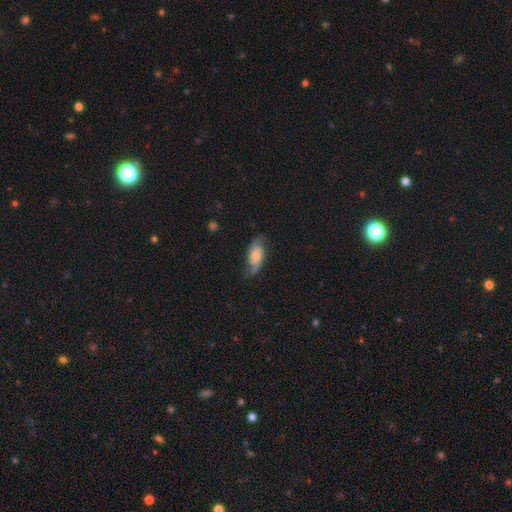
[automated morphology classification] Smooth or featured? featured or disk (59%)
Edge-on disk? no (90%)
Bar? no (69%)
Spiral arms? yes (90%)
Bulge size? moderate (47%)
Merging? none (69%)